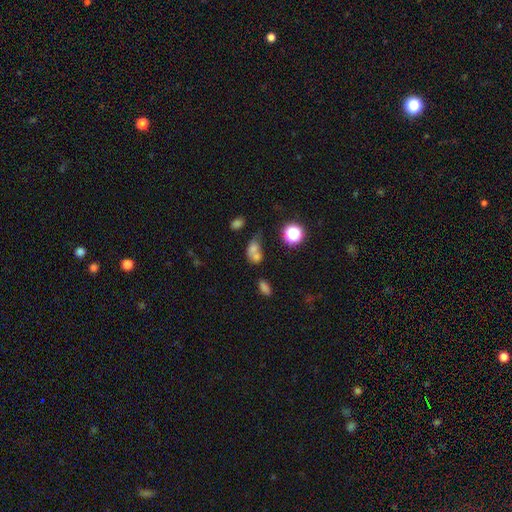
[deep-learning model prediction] This is likely a smooth galaxy (67%). How rounded: likely in between (61%). Merging: possibly merger (53%).